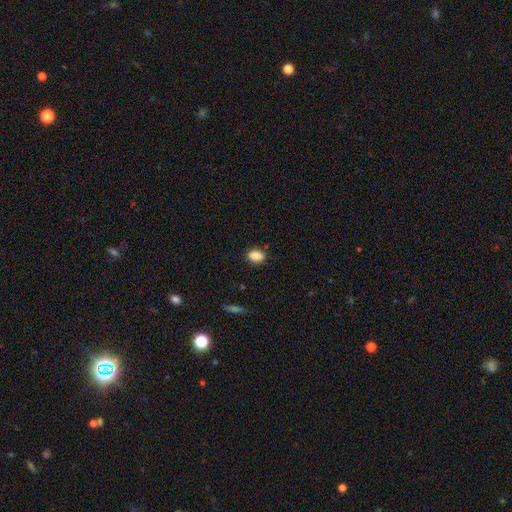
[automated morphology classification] This is clearly a smooth galaxy (86%). How rounded: clearly in between (81%). Merging: clearly none (84%).